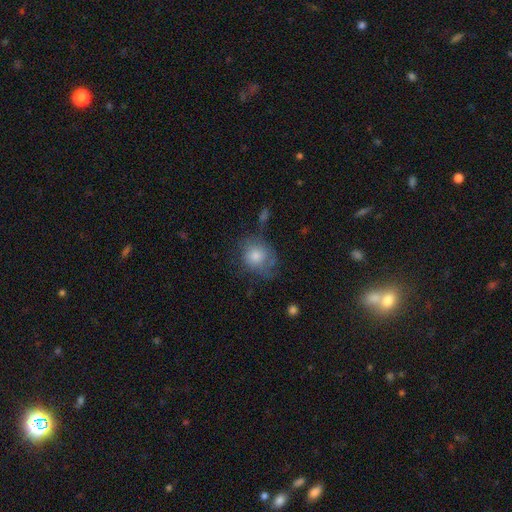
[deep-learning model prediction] This is likely a smooth galaxy (69%). How rounded: likely round (71%). Merging: possibly none (53%).